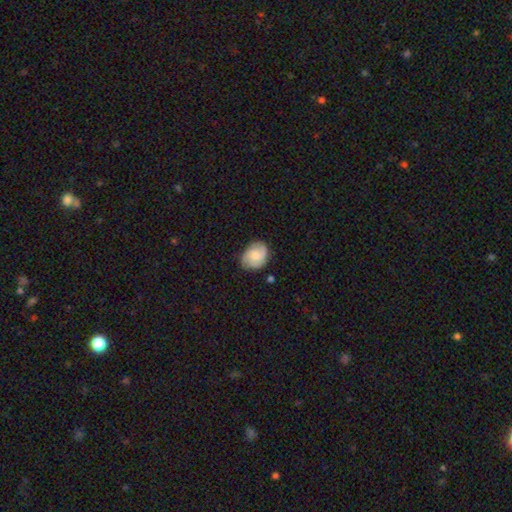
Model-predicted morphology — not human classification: Smooth or featured: featured or disk — 47% (smooth — 46%)
Merging: none — 74% (minor disturbance — 20%)